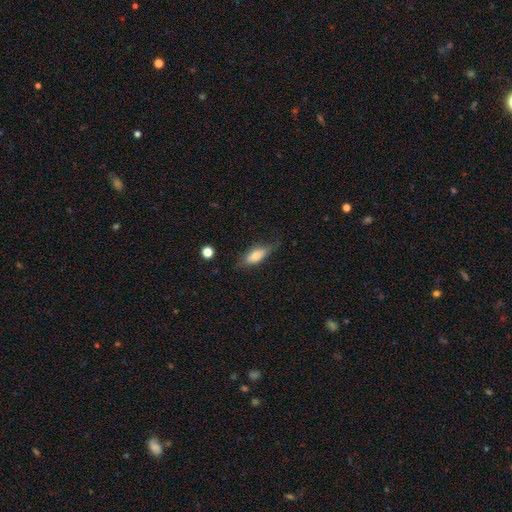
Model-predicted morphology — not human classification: The model was most divided on "merging": none: 64%, minor disturbance: 26%, major disturbance: 8%, merger: 2%. More confident: smooth or featured — smooth (72%); how rounded — in between (71%).